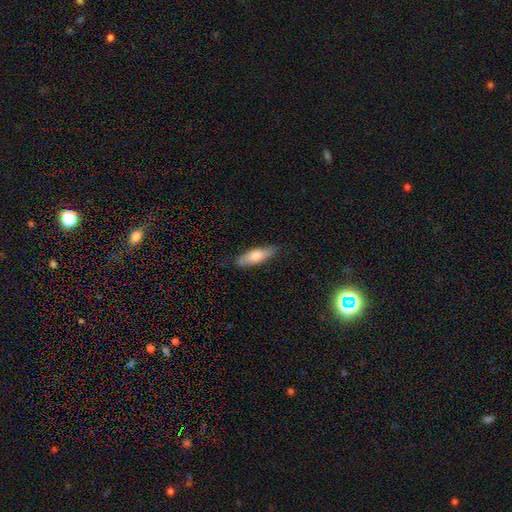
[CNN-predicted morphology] This is likely a smooth galaxy (69%). How rounded: possibly cigar-shaped (53%). Merging: likely none (80%).